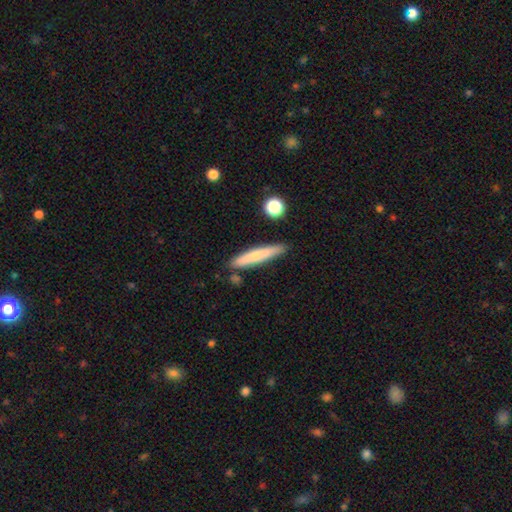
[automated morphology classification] Smooth or featured?
  - smooth: 69% *
  - featured or disk: 24%
  - star or artifact: 6%
How rounded?
  - cigar-shaped: 91% *
  - in between: 7%
  - round: 1%
Merging?
  - none: 82% *
  - minor disturbance: 11%
  - merger: 4%
  - major disturbance: 2%